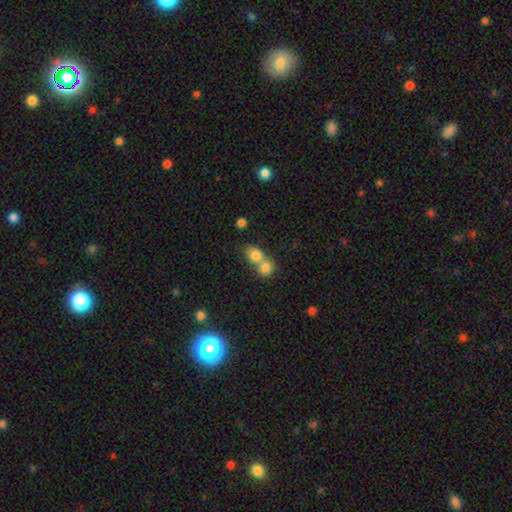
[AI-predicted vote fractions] Smooth or featured?
  - smooth: 78% *
  - featured or disk: 11%
  - star or artifact: 10%
How rounded?
  - round: 60% *
  - in between: 38%
  - cigar-shaped: 1%
Merging?
  - merger: 66% *
  - none: 26%
  - minor disturbance: 5%
  - major disturbance: 2%